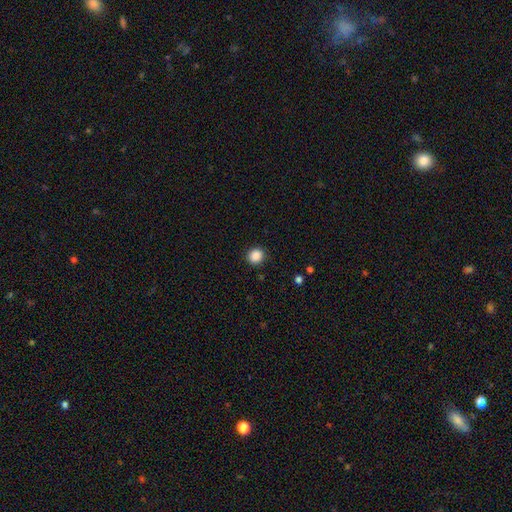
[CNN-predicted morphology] Smooth or featured? smooth (88%)
How rounded? round (88%)
Merging? none (91%)